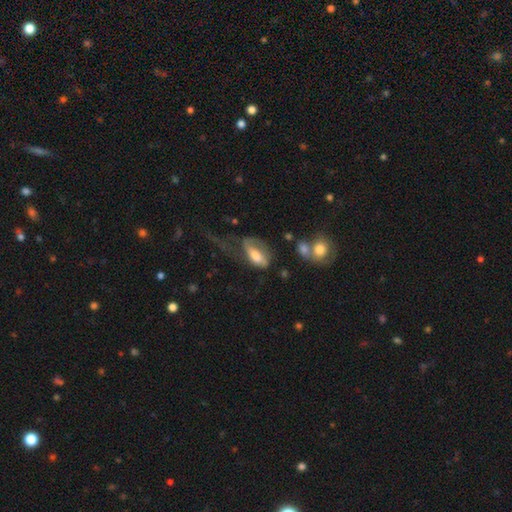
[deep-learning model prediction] smooth-or-featured: smooth: 59% | featured or disk: 34% | star or artifact: 8%
  how-rounded: in between: 85% | cigar-shaped: 12% | round: 4%
  merging: major disturbance: 47% | none: 24% | minor disturbance: 22% | merger: 7%